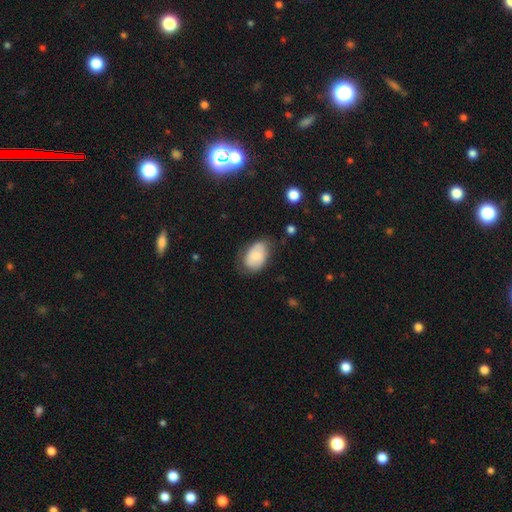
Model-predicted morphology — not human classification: A smooth galaxy with no disk features (73%) that is in between round and cigar-shaped (89%).

Vote fractions:
- Smooth or featured? smooth: 73% / featured or disk: 20% / star or artifact: 7%
- How rounded? in between: 89% / round: 10% / cigar-shaped: 1%
- Merging? none: 57% / minor disturbance: 31% / major disturbance: 10% / merger: 2%